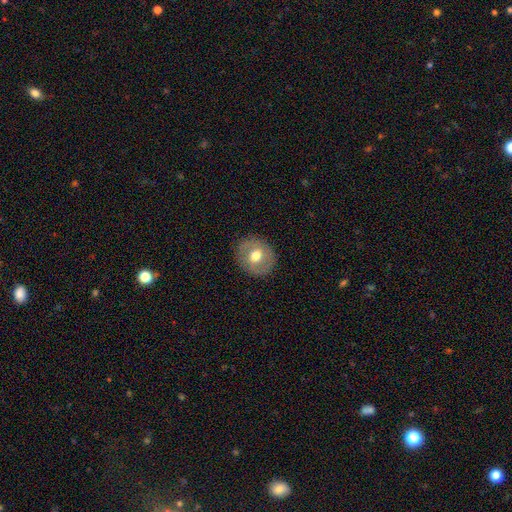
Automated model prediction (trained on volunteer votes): smooth_or_featured: smooth (p=0.53) [alt: featured or disk p=0.39]
how_rounded: round (p=0.79) [alt: in between p=0.20]
merging: none (p=0.87) [alt: minor disturbance p=0.09]